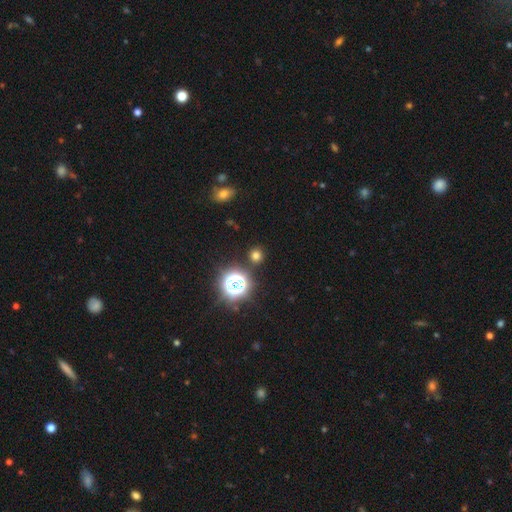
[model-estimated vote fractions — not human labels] Smooth or featured? Predicted: smooth (p=0.69). How rounded? Predicted: round (p=0.91). Merging? Predicted: none (p=0.87).